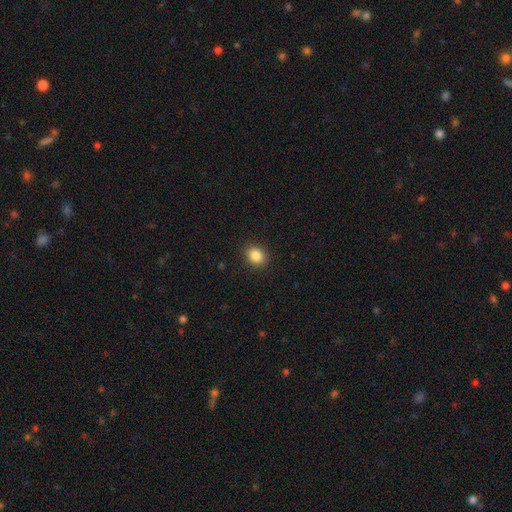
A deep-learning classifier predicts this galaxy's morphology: smooth 86%, star or artifact 10%, featured or disk 4%. Down the decision tree: how rounded — round (56%); merging — none (90%).